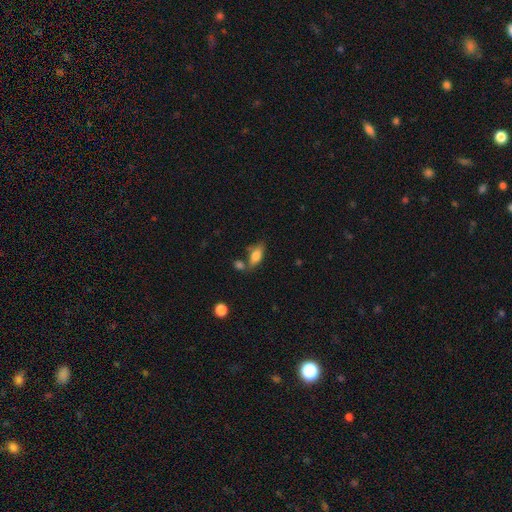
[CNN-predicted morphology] A smooth galaxy with no disk features (72%) that is in between round and cigar-shaped (76%).

Vote fractions:
- Smooth or featured? smooth: 72% / featured or disk: 19% / star or artifact: 8%
- How rounded? in between: 76% / cigar-shaped: 20% / round: 4%
- Merging? none: 60% / merger: 18% / minor disturbance: 17% / major disturbance: 6%